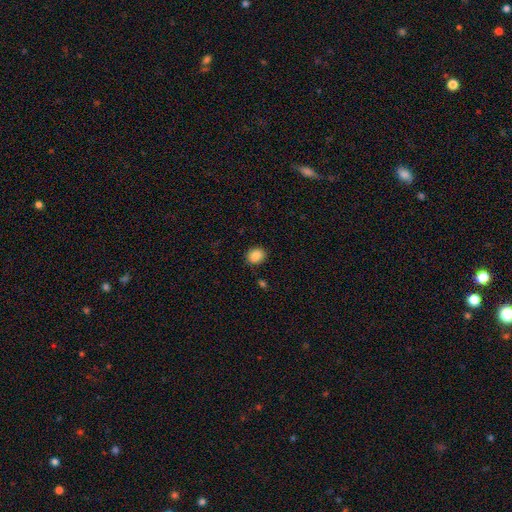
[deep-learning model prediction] This is clearly a smooth galaxy (88%). How rounded: possibly round (55%). Merging: clearly none (87%).